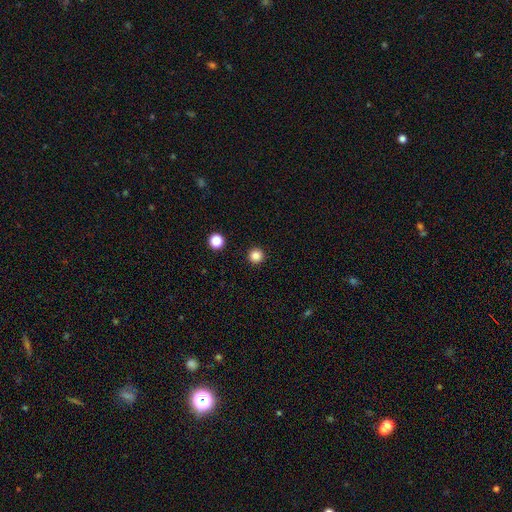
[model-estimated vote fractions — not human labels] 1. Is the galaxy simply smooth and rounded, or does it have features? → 85% smooth, 12% star or artifact, 3% featured or disk.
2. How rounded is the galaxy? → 97% round, 2% in between, 1% cigar-shaped.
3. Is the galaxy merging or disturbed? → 94% none, 4% minor disturbance, 1% major disturbance, 1% merger.